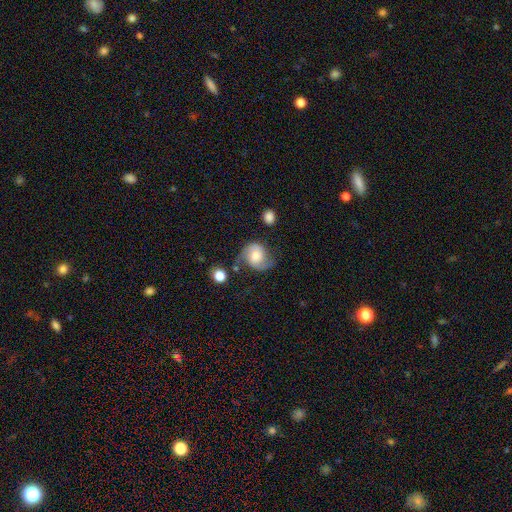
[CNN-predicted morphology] The model was most divided on "spiral winding": medium: 46%, loose: 34%, tight: 20%. More confident: edge-on disk — no (97%); spiral arms — yes (92%); spiral arm count — 2 (86%); smooth or featured — featured or disk (63%); bar — no (62%); merging — none (58%); bulge size — moderate (52%).